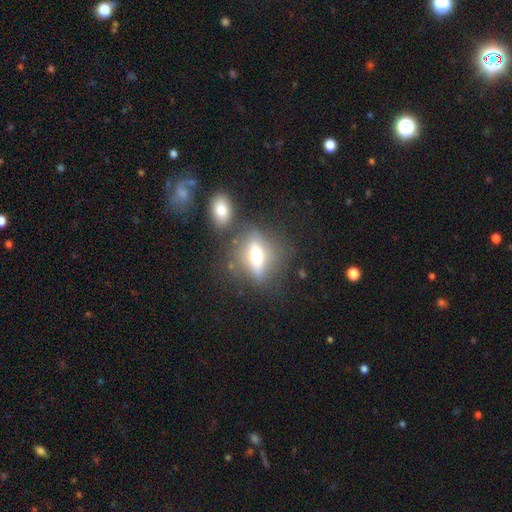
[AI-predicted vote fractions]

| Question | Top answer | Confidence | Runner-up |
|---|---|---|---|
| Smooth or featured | smooth | 47% | featured or disk (41%) |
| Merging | none | 65% | minor disturbance (14%) |